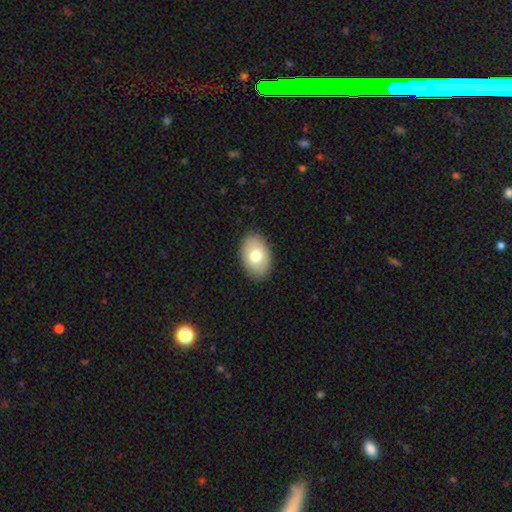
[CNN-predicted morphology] This is likely a smooth galaxy (74%). How rounded: clearly in between (87%). Merging: clearly none (89%).